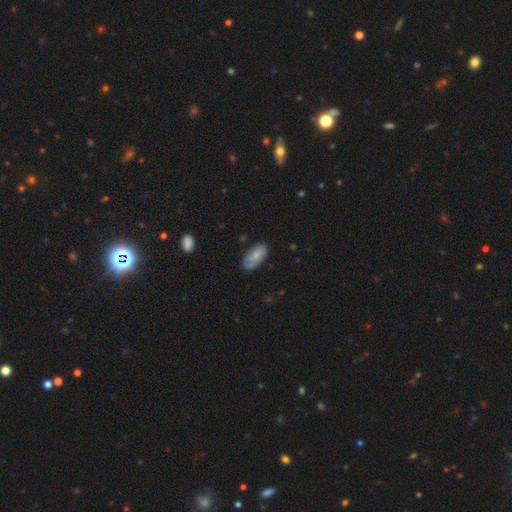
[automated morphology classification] Smooth or featured? Predicted: smooth (p=0.70). How rounded? Predicted: in between (p=0.93). Merging? Predicted: none (p=0.71).